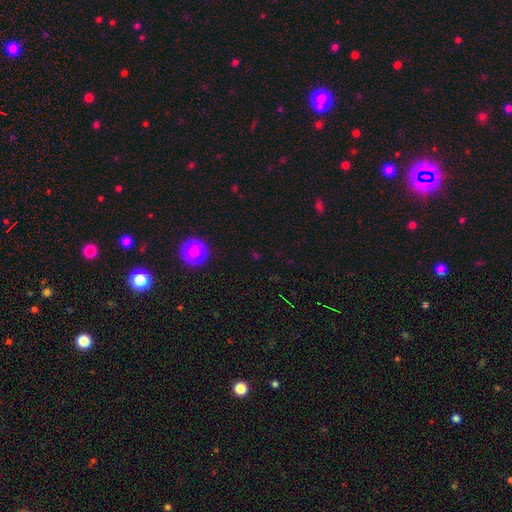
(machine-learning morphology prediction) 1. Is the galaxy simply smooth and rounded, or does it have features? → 50% star or artifact, 42% smooth, 8% featured or disk.